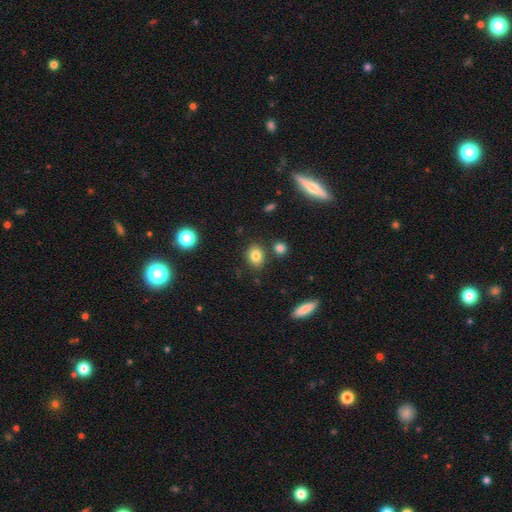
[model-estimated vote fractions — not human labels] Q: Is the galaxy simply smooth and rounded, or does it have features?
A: smooth — 82%.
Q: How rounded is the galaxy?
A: in between — 58%.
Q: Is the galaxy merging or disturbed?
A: none — 81%.